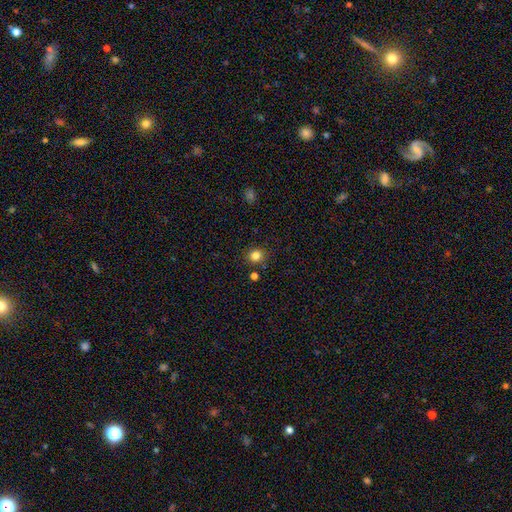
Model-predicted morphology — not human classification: smooth-or-featured: smooth: 82% | star or artifact: 13% | featured or disk: 5%
  how-rounded: round: 87% | in between: 12% | cigar-shaped: 1%
  merging: none: 86% | minor disturbance: 8% | merger: 4% | major disturbance: 2%